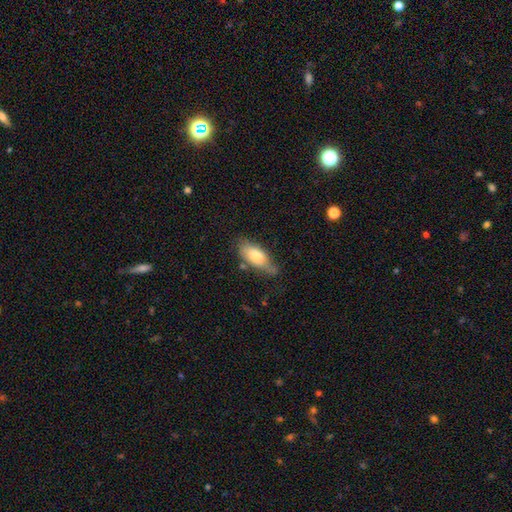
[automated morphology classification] Smooth or featured?
  - smooth: 72% *
  - featured or disk: 21%
  - star or artifact: 6%
How rounded?
  - in between: 84% *
  - cigar-shaped: 13%
  - round: 3%
Merging?
  - none: 56% *
  - minor disturbance: 30%
  - major disturbance: 8%
  - merger: 6%